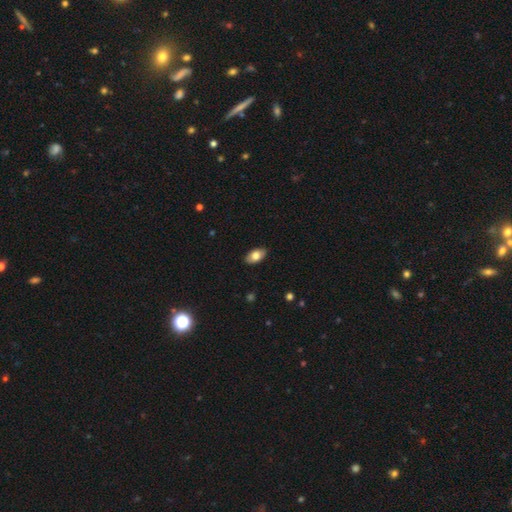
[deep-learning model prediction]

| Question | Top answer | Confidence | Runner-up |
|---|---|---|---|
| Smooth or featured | smooth | 79% | featured or disk (14%) |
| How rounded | in between | 93% | round (4%) |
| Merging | none | 88% | minor disturbance (9%) |